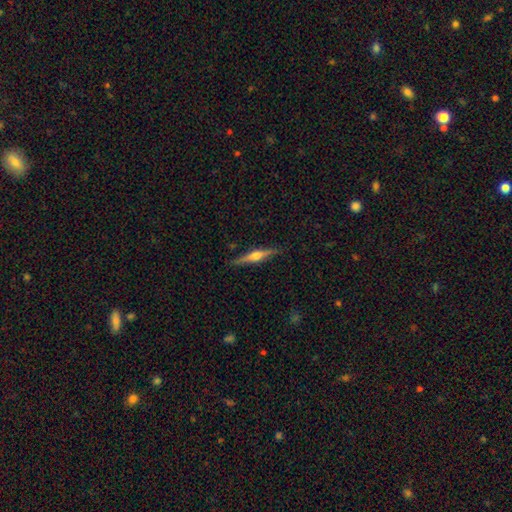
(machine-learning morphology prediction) A featured or disk galaxy (66%) viewed edge-on (98%) with a rounded central bulge (88%). Merging: none (88%).